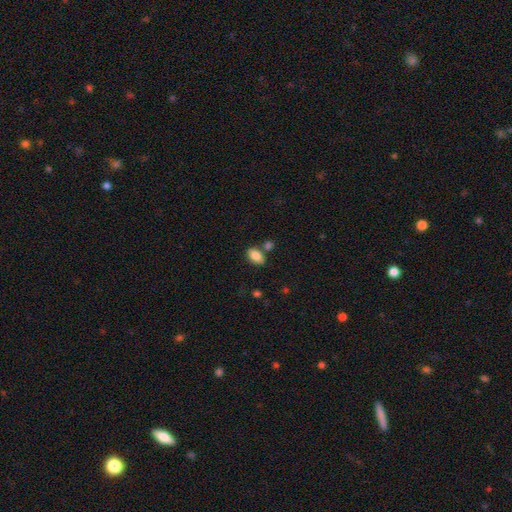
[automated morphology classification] A smooth galaxy with no disk features (85%) that is in between round and cigar-shaped (89%). Merging: none (70%).